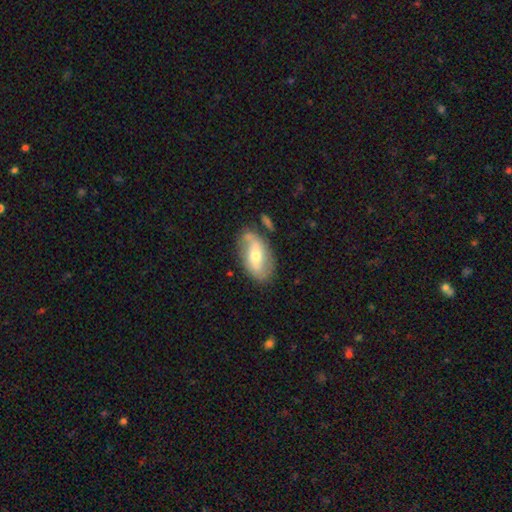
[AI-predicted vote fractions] Smooth or featured? Predicted: featured or disk (p=0.58). Edge-on disk? Predicted: no (p=0.90). Bar? Predicted: no (p=0.41). Spiral arms? Predicted: yes (p=0.69). Bulge size? Predicted: moderate (p=0.62). Merging? Predicted: none (p=0.69).